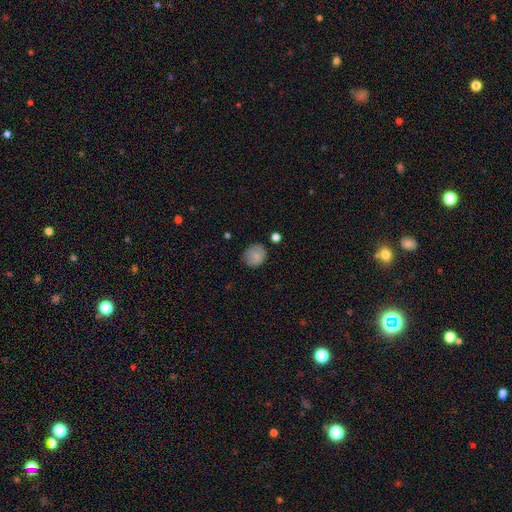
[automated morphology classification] Q: Smooth or featured?
A: smooth (84%); runner-up: star or artifact (8%)
Q: How rounded?
A: round (72%); runner-up: in between (27%)
Q: Merging?
A: none (76%); runner-up: minor disturbance (17%)